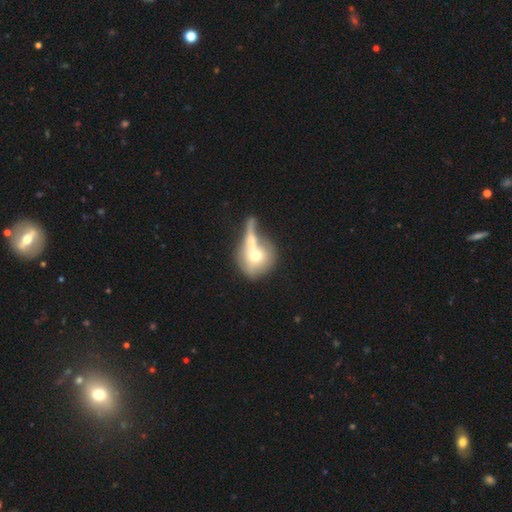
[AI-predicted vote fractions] Smooth or featured? smooth (54%)
How rounded? round (73%)
Merging? merger (50%)